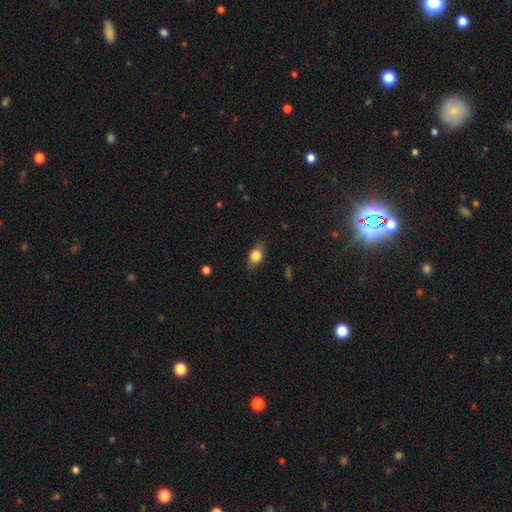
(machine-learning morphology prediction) smooth-or-featured: smooth: 80% | featured or disk: 12% | star or artifact: 8%
  how-rounded: in between: 81% | round: 15% | cigar-shaped: 4%
  merging: none: 80% | minor disturbance: 15% | major disturbance: 4% | merger: 1%